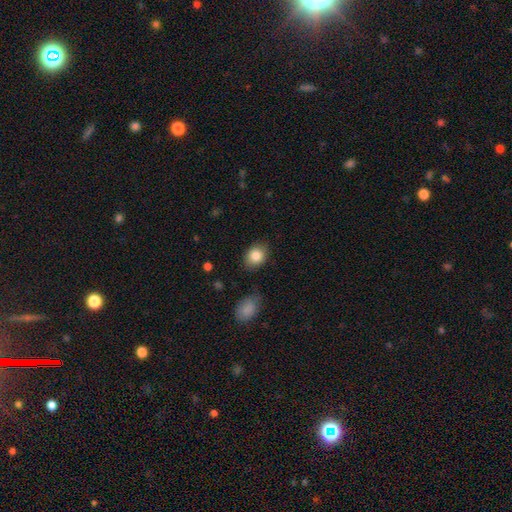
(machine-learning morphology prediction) Smooth or featured: smooth — 85% (star or artifact — 8%)
How rounded: in between — 60% (round — 38%)
Merging: none — 80% (minor disturbance — 15%)